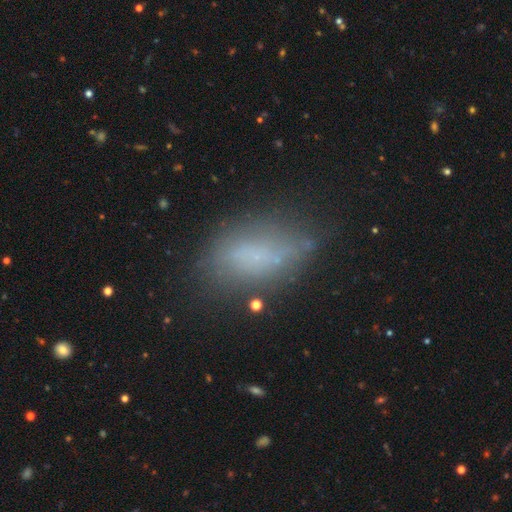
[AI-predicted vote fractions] A smooth galaxy with no disk features (61%) that is in between round and cigar-shaped (81%).

Vote fractions:
- Smooth or featured? smooth: 61% / featured or disk: 25% / star or artifact: 14%
- How rounded? in between: 81% / cigar-shaped: 14% / round: 5%
- Merging? none: 55% / minor disturbance: 27% / major disturbance: 14% / merger: 4%